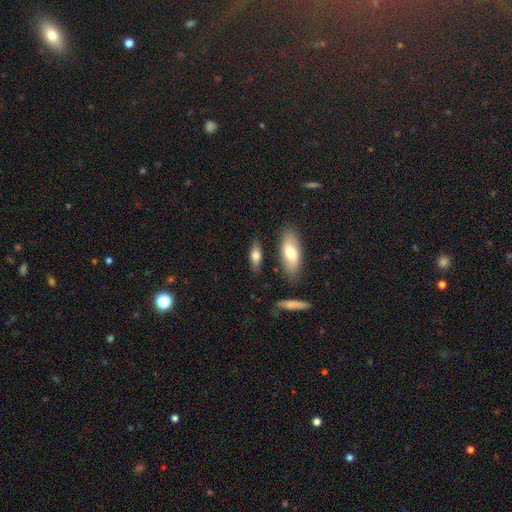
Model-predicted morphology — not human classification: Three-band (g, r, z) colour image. It shows a smooth galaxy with no disk features (69%) that is in between round and cigar-shaped (65%). Merging: none (77%).